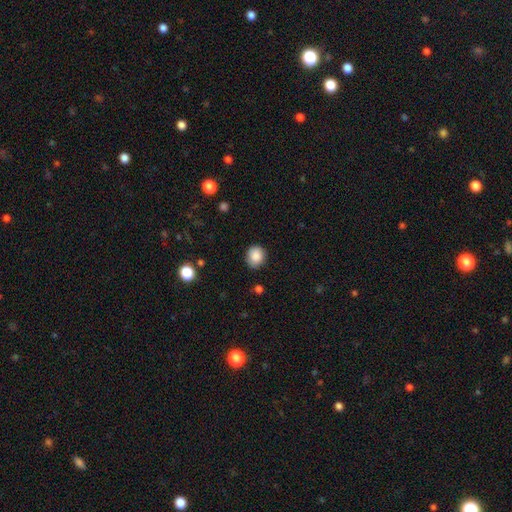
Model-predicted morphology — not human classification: smooth_or_featured: smooth (p=0.87) [alt: star or artifact p=0.09]
how_rounded: round (p=0.74) [alt: in between p=0.25]
merging: none (p=0.83) [alt: minor disturbance p=0.13]